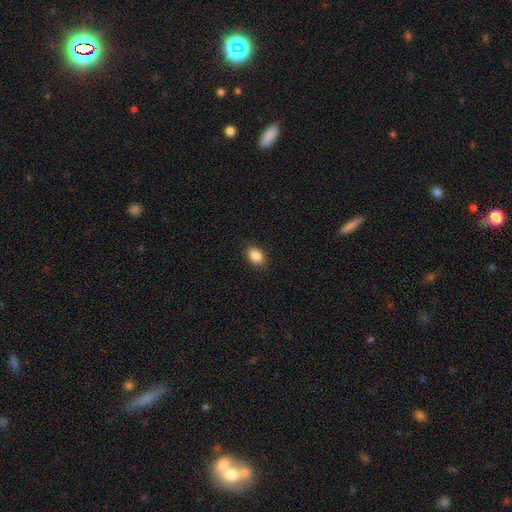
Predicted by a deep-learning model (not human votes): smooth 87%, star or artifact 9%, featured or disk 4%. Down the decision tree: how rounded — in between (77%); merging — none (87%).